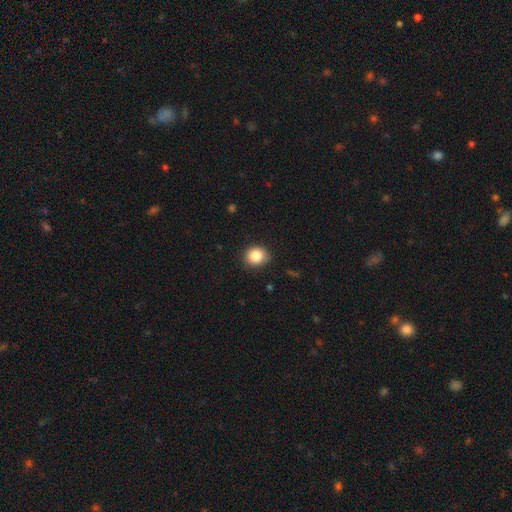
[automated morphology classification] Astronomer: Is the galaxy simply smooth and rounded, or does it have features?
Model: smooth — 85%.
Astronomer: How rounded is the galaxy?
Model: round — 74%.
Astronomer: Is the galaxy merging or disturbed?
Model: none — 86%.